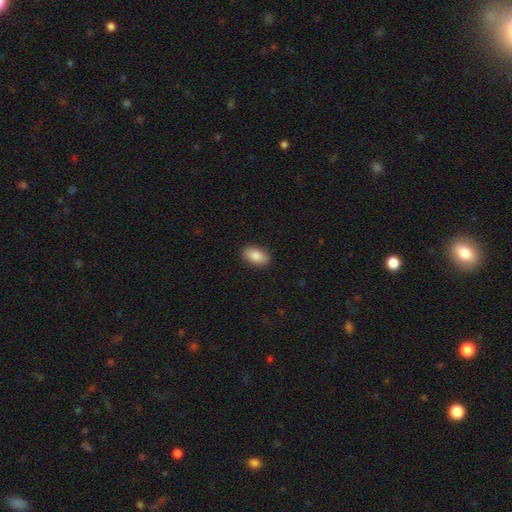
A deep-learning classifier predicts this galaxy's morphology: A smooth galaxy with no disk features (87%) that is in between round and cigar-shaped (93%).

Vote fractions:
- Smooth or featured? smooth: 87% / star or artifact: 7% / featured or disk: 6%
- How rounded? in between: 93% / round: 5% / cigar-shaped: 2%
- Merging? none: 90% / minor disturbance: 8% / major disturbance: 2% / merger: 1%